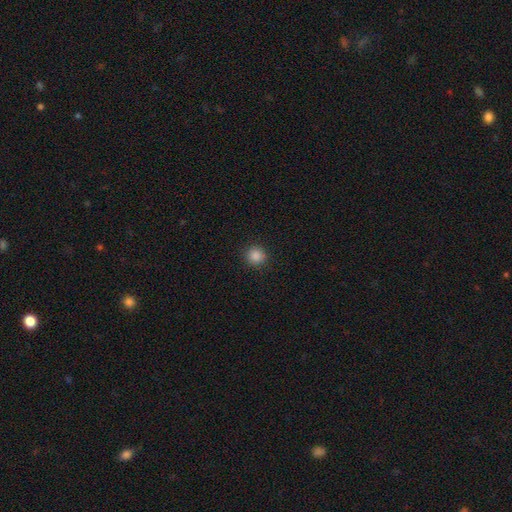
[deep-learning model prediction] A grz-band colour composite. It shows a smooth galaxy with no disk features (86%) that is round (92%). Merging: none (90%).